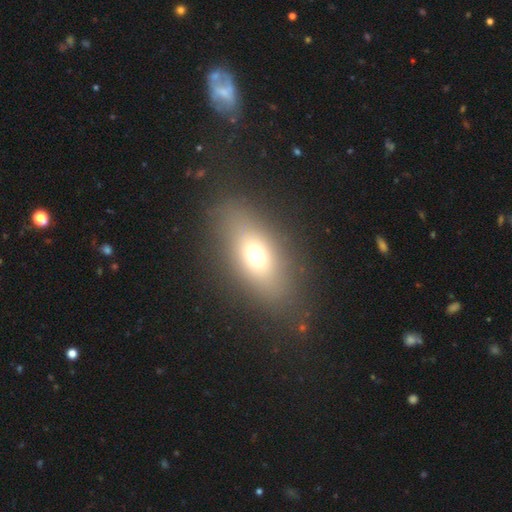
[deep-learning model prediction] The model was most divided on "smooth or featured": smooth: 66%, featured or disk: 23%, star or artifact: 11%. More confident: merging — none (83%); how rounded — in between (76%).